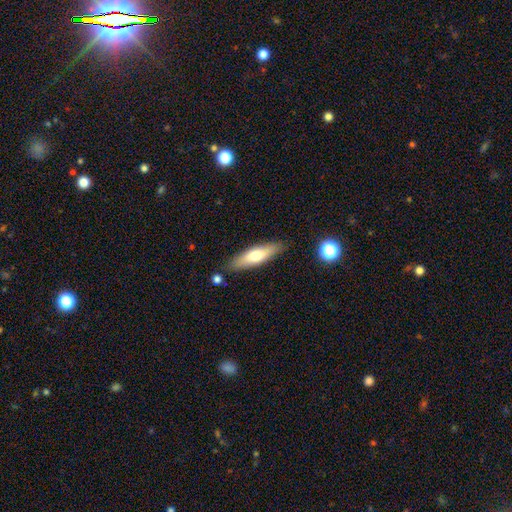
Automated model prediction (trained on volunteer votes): Smooth or featured?
  - smooth: 62% *
  - featured or disk: 32%
  - star or artifact: 6%
How rounded?
  - cigar-shaped: 66% *
  - in between: 32%
  - round: 2%
Merging?
  - none: 84% *
  - minor disturbance: 11%
  - merger: 3%
  - major disturbance: 2%